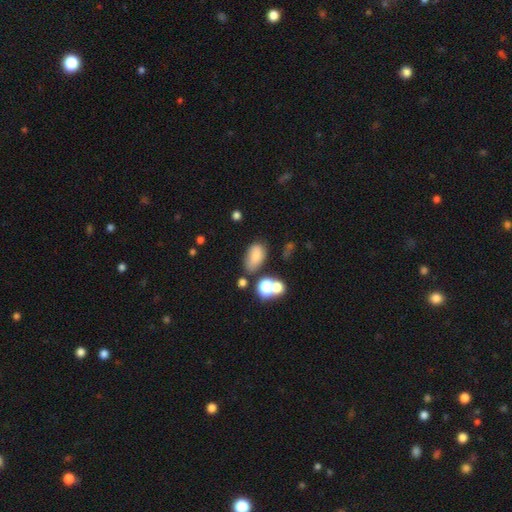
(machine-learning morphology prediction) Smooth or featured: smooth — 75% (star or artifact — 14%)
How rounded: in between — 87% (round — 11%)
Merging: none — 61% (minor disturbance — 21%)